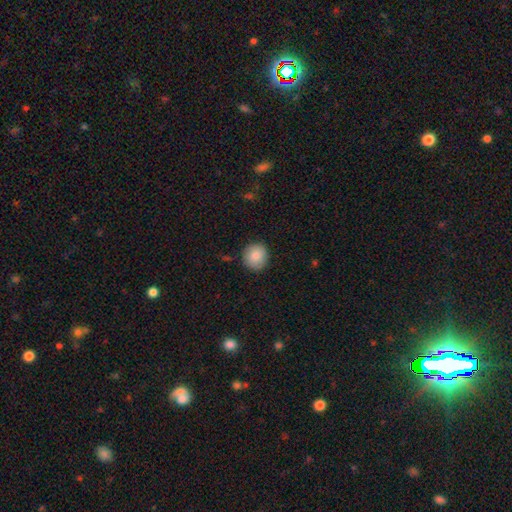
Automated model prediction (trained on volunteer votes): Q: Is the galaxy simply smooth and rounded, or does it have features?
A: smooth — 86%.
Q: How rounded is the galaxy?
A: round — 87%.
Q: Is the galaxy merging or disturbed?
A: none — 88%.